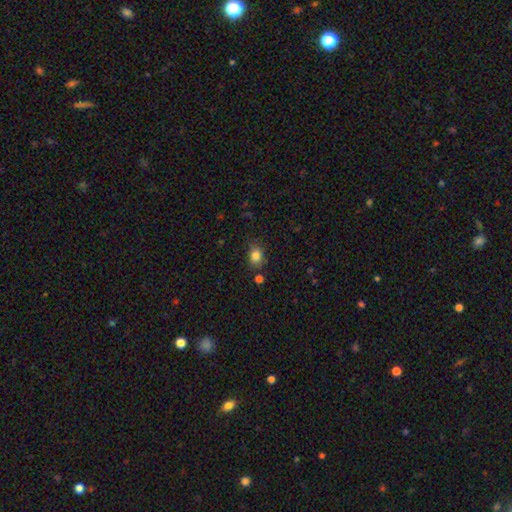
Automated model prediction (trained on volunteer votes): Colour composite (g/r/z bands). It shows a smooth galaxy with no disk features (83%) that is in between round and cigar-shaped (59%). Merging: none (79%).